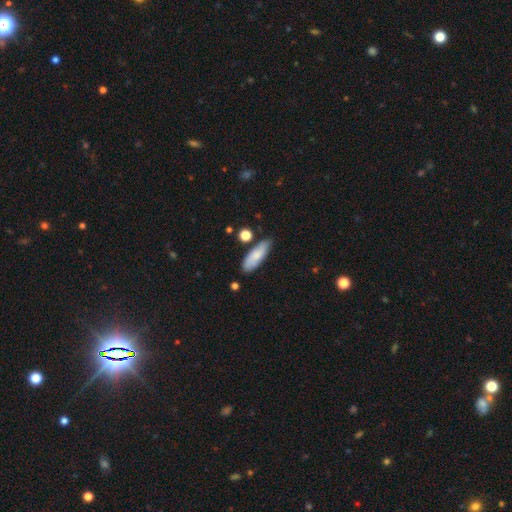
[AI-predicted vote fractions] Smooth or featured? Predicted: smooth (p=0.80). How rounded? Predicted: in between (p=0.59). Merging? Predicted: none (p=0.78).